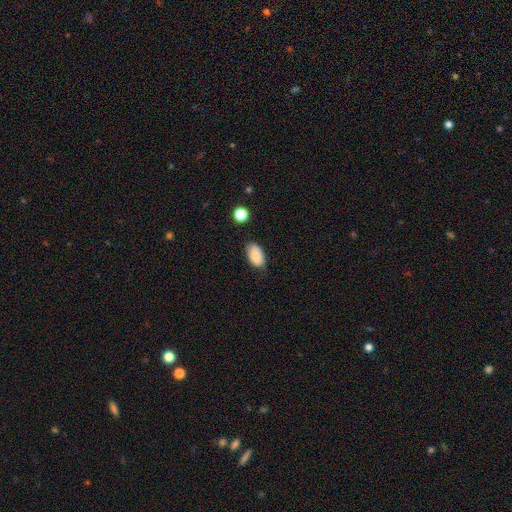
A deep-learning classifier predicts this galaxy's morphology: Overall: smooth (87%). How rounded: in between (93%). Merging: none (75%).